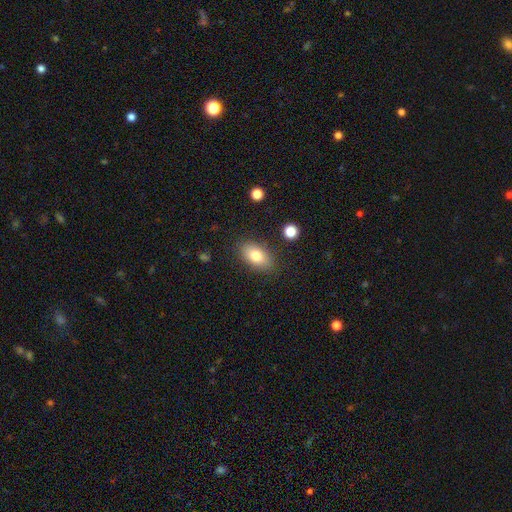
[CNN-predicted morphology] Smooth or featured? Predicted: smooth (p=0.79). How rounded? Predicted: in between (p=0.90). Merging? Predicted: none (p=0.84).